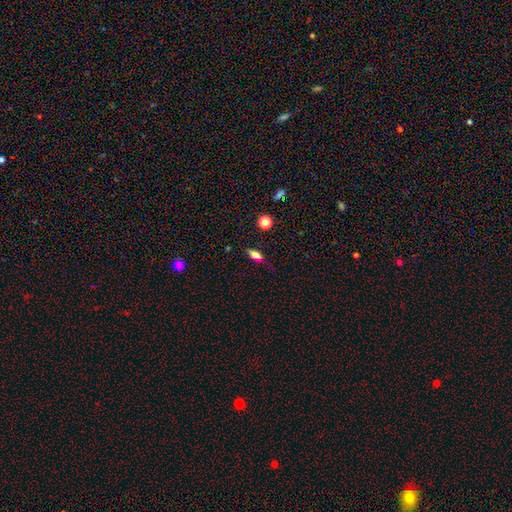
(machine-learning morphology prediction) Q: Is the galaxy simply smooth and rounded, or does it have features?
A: smooth — 72%.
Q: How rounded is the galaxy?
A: in between — 75%.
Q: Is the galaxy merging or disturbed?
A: none — 73%.